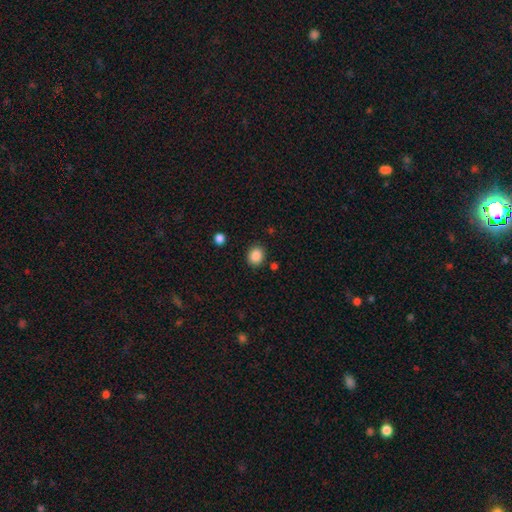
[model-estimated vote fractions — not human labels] Morphology: type=smooth (87%); roundness=round (64%); merging=none (86%).